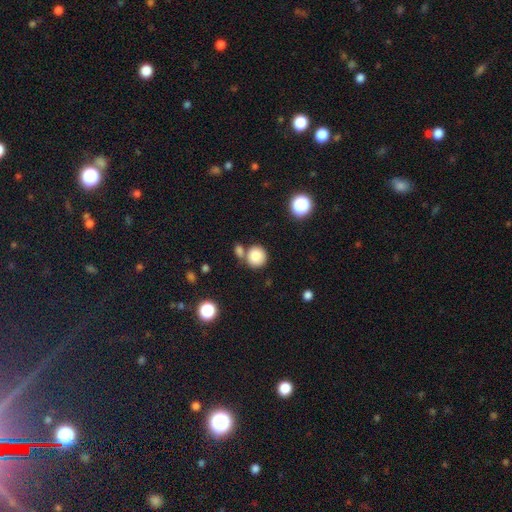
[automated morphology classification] type=smooth (82%); roundness=round (90%); merging=none (65%).